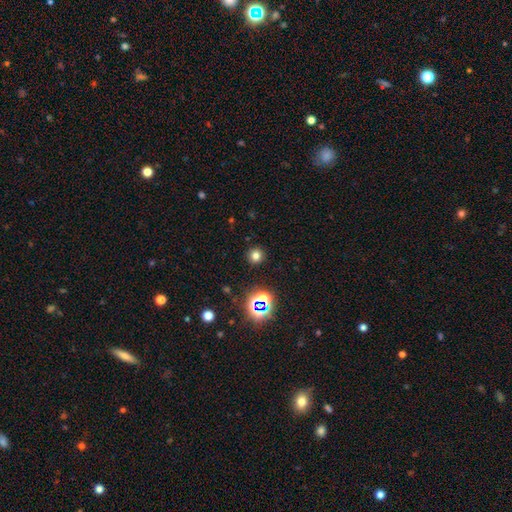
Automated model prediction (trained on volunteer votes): A smooth galaxy with no disk features (73%) that is round (94%).

Vote fractions:
- Smooth or featured? smooth: 73% / star or artifact: 21% / featured or disk: 6%
- How rounded? round: 94% / in between: 5% / cigar-shaped: 1%
- Merging? none: 91% / minor disturbance: 5% / major disturbance: 2% / merger: 1%